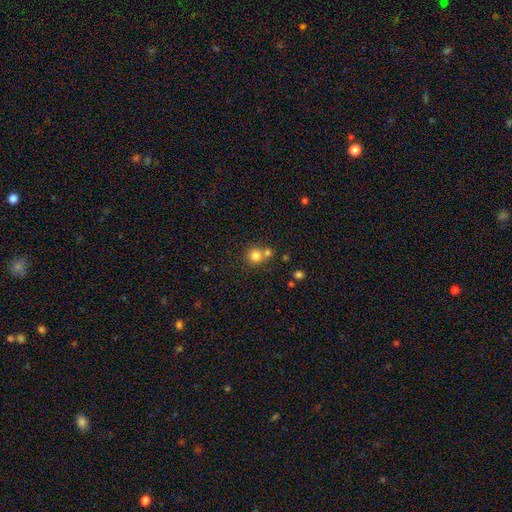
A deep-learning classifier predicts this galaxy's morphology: Smooth or featured? smooth (79%)
How rounded? round (90%)
Merging? none (53%)